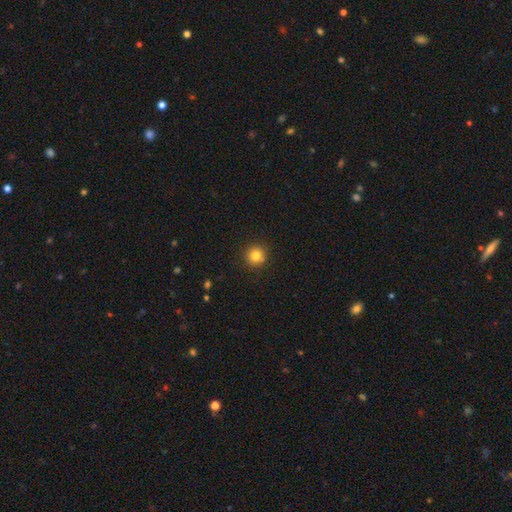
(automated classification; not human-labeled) Smooth or featured? smooth (82%)
How rounded? round (94%)
Merging? none (90%)